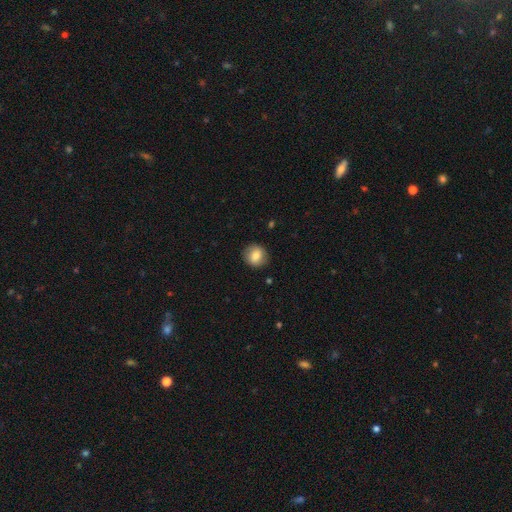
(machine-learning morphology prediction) This appears to be a smooth galaxy with no disk features (81%) that is round (83%). Merging: none (87%).